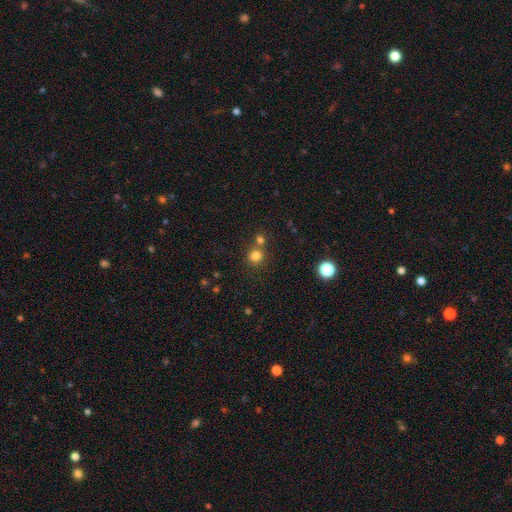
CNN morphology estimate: This is likely a smooth galaxy (80%). How rounded: clearly round (89%). Merging: likely none (65%).